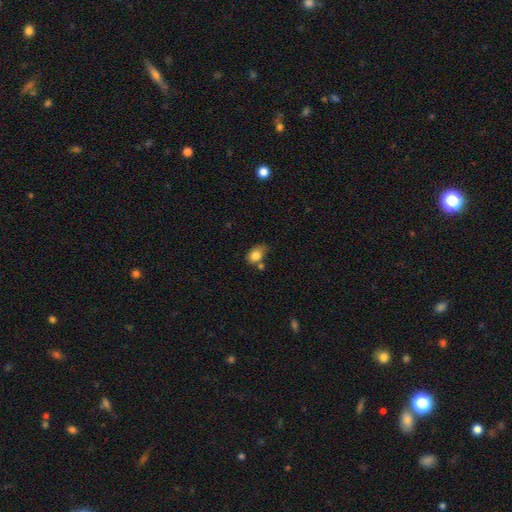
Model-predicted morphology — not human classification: Smooth or featured? smooth (82%)
How rounded? in between (69%)
Merging? none (43%)